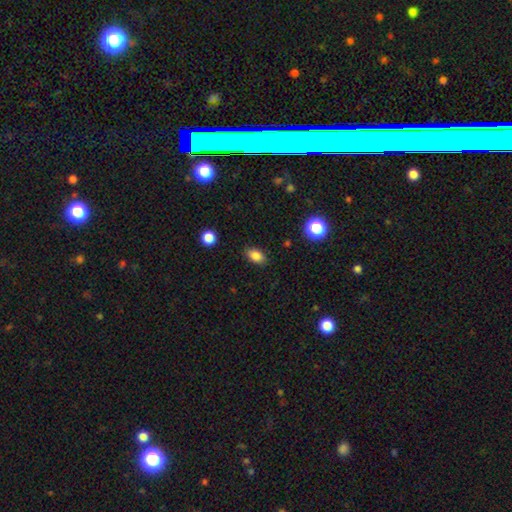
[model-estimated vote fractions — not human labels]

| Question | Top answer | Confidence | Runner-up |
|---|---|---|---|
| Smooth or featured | smooth | 84% | star or artifact (10%) |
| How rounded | in between | 86% | round (12%) |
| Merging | none | 86% | minor disturbance (10%) |